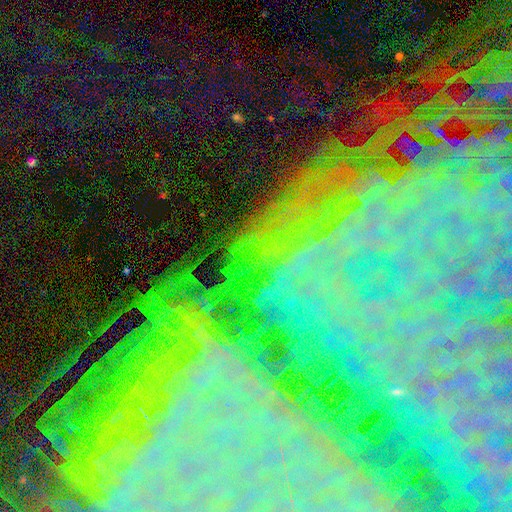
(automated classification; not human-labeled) Morphology: type=star or artifact (61%).